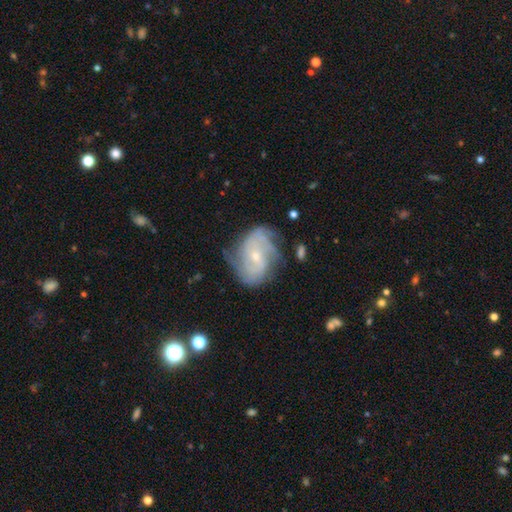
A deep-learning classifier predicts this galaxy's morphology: Overall: featured or disk (83%). Edge-on disk: no (97%). Bar: no (58%; weak 33%). Spiral arms: yes (94%). Spiral arm count: 2 (45%; can't tell 26%). Spiral winding: tight (46%; medium 39%). Bulge size: small (70%). Merging: none (64%).